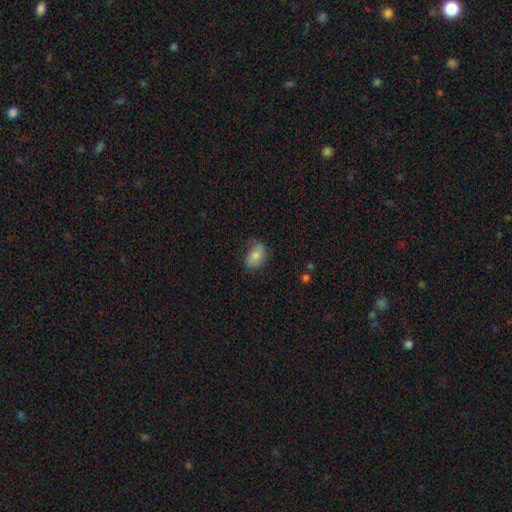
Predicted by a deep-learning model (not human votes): The model was most divided on "merging": none: 65%, minor disturbance: 26%, major disturbance: 7%, merger: 2%. More confident: how rounded — in between (85%); smooth or featured — smooth (82%).